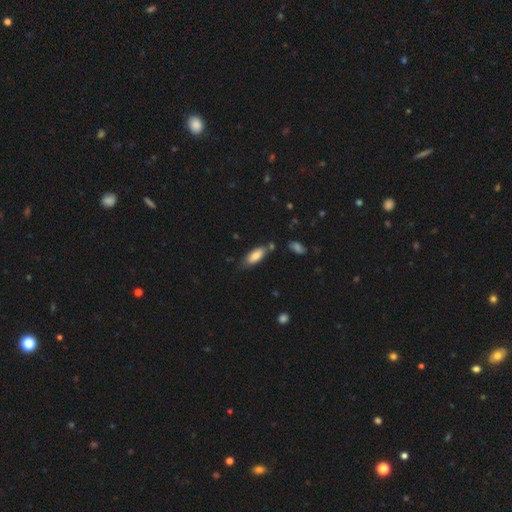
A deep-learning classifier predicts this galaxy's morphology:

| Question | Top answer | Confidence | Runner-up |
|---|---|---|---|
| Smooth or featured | smooth | 80% | featured or disk (14%) |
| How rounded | in between | 78% | cigar-shaped (20%) |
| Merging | none | 69% | minor disturbance (20%) |